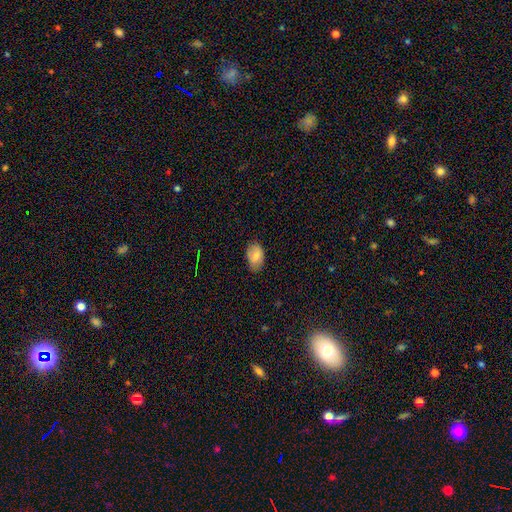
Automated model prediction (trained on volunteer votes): Smooth or featured?
  - smooth: 80% *
  - featured or disk: 12%
  - star or artifact: 8%
How rounded?
  - in between: 90% *
  - round: 8%
  - cigar-shaped: 1%
Merging?
  - none: 75% *
  - minor disturbance: 20%
  - major disturbance: 4%
  - merger: 1%